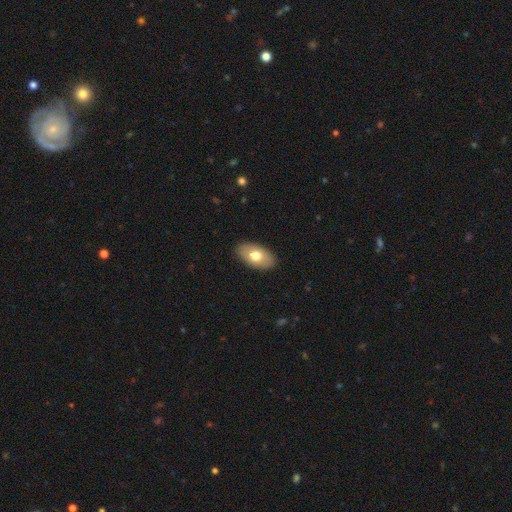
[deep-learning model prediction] Morphology: type=smooth (71%); roundness=in between (94%); merging=none (89%).